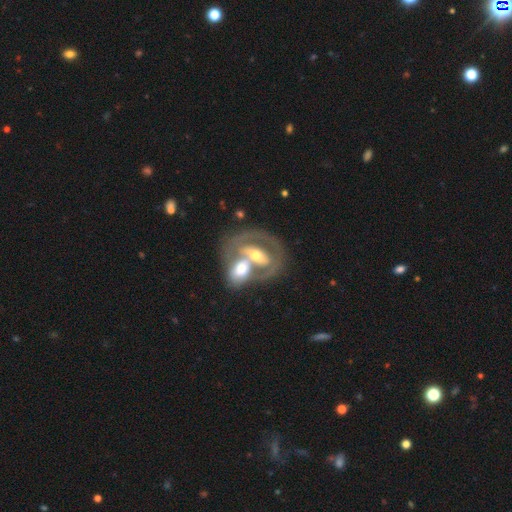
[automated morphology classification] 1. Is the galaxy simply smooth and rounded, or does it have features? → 68% featured or disk, 26% smooth, 6% star or artifact.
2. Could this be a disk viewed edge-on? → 94% no, 6% yes.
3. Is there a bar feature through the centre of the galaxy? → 46% no, 30% strong, 24% weak.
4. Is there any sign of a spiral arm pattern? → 61% no, 39% yes.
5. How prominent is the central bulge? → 64% moderate, 16% small, 15% large, 3% none, 2% dominant.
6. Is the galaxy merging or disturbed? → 62% merger, 22% none, 8% minor disturbance, 8% major disturbance.